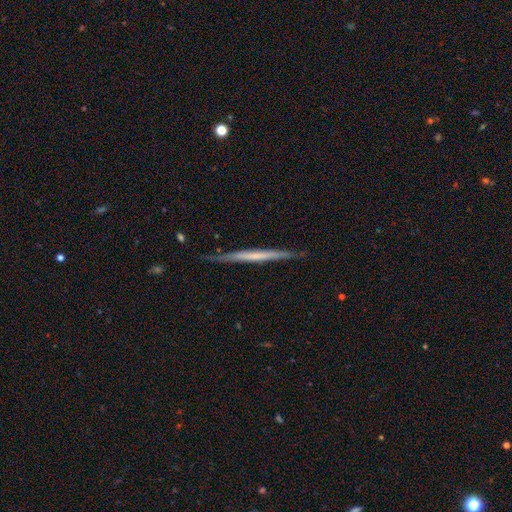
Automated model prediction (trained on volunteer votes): Smooth or featured?
  - featured or disk: 58% *
  - smooth: 37%
  - star or artifact: 5%
Edge-on disk?
  - yes: 97% *
  - no: 3%
Edge-on bulge?
  - none: 85% *
  - rounded: 9%
  - boxy: 6%
Merging?
  - none: 85% *
  - minor disturbance: 12%
  - major disturbance: 2%
  - merger: 1%